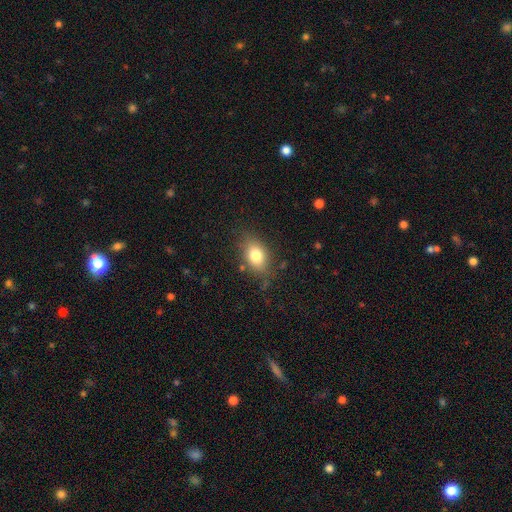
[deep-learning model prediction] smooth-or-featured: smooth: 78% | featured or disk: 12% | star or artifact: 10%
  how-rounded: in between: 78% | round: 20% | cigar-shaped: 2%
  merging: none: 77% | minor disturbance: 16% | major disturbance: 5% | merger: 2%